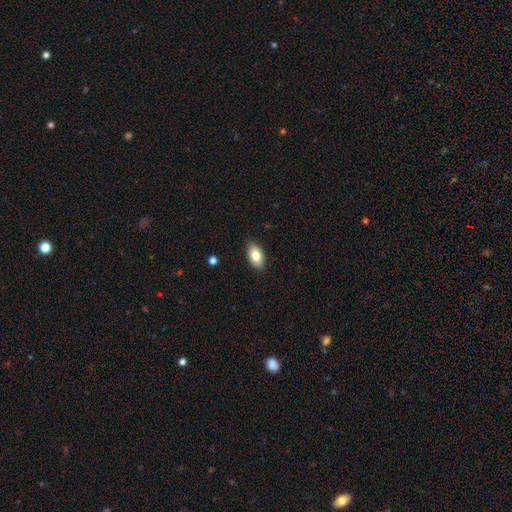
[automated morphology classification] This is clearly a smooth galaxy (83%). How rounded: clearly in between (93%). Merging: clearly none (87%).